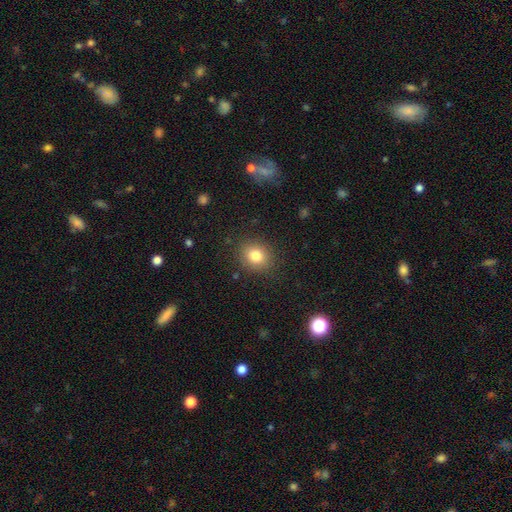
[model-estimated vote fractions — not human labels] Smooth or featured? smooth (81%)
How rounded? round (73%)
Merging? none (87%)